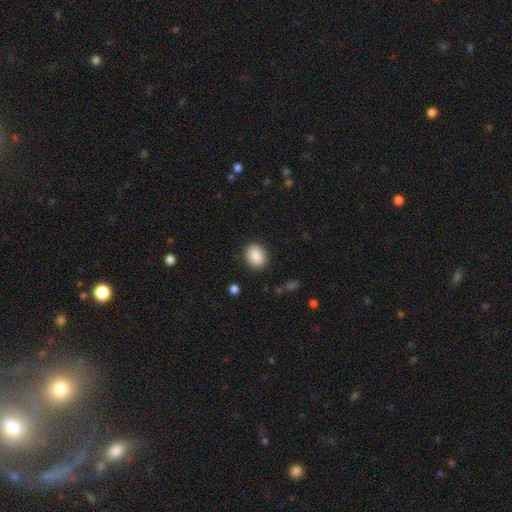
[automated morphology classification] Smooth or featured: smooth — 89% (star or artifact — 7%)
How rounded: in between — 55% (round — 44%)
Merging: none — 88% (minor disturbance — 8%)